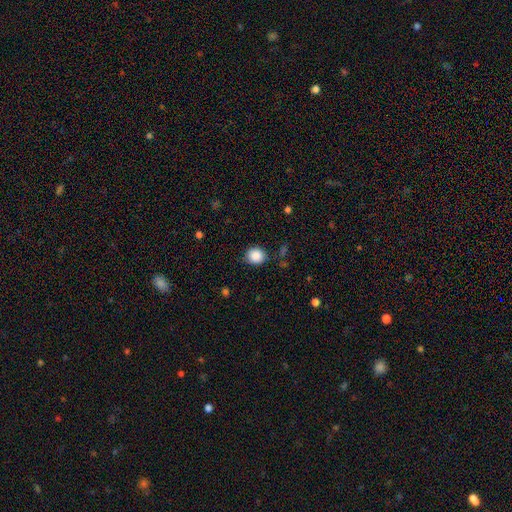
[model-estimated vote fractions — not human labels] Smooth or featured? Predicted: smooth (p=0.87). How rounded? Predicted: round (p=0.82). Merging? Predicted: none (p=0.83).